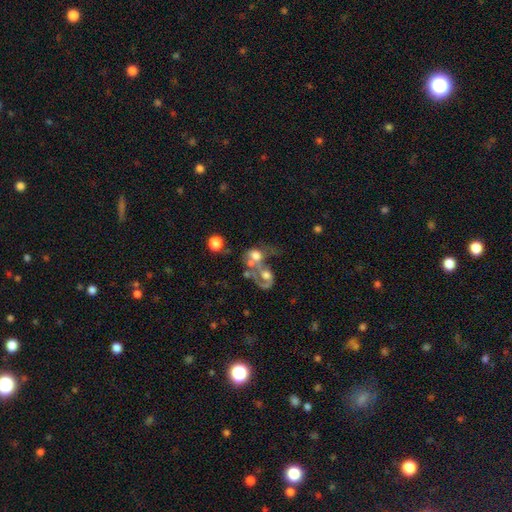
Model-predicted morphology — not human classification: Smooth or featured?
  - featured or disk: 52% *
  - smooth: 38%
  - star or artifact: 11%
Edge-on disk?
  - no: 97% *
  - yes: 3%
Bar?
  - no: 80% *
  - weak: 15%
  - strong: 4%
Spiral arms?
  - no: 58% *
  - yes: 42%
Bulge size?
  - moderate: 41% *
  - large: 26%
  - none: 17%
  - small: 12%
  - dominant: 5%
Merging?
  - merger: 63% *
  - major disturbance: 20%
  - none: 11%
  - minor disturbance: 6%